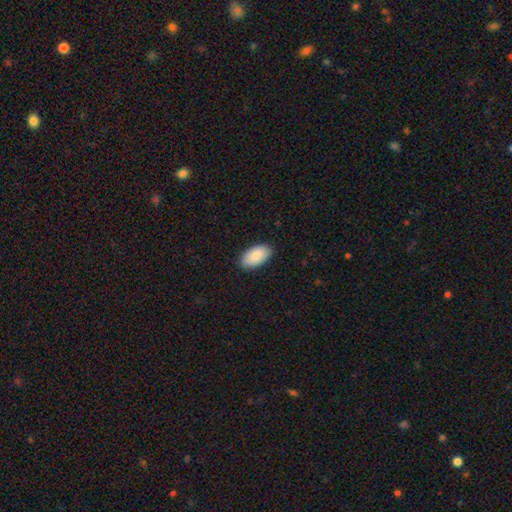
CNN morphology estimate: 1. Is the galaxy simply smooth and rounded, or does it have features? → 91% smooth, 6% star or artifact, 4% featured or disk.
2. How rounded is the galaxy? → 96% in between, 2% cigar-shaped, 2% round.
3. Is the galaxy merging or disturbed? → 89% none, 9% minor disturbance, 2% major disturbance, 1% merger.